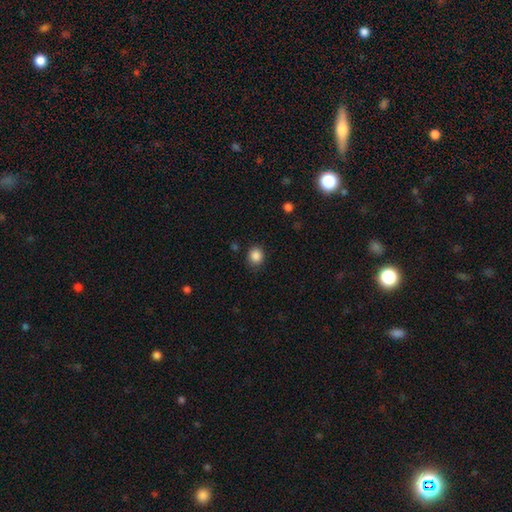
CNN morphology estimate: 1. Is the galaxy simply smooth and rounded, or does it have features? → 86% smooth, 10% star or artifact, 3% featured or disk.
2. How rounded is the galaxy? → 80% round, 19% in between, 1% cigar-shaped.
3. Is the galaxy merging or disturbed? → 85% none, 11% minor disturbance, 3% major disturbance, 2% merger.